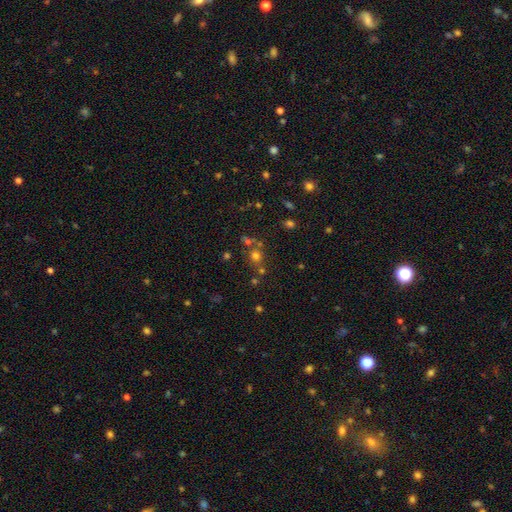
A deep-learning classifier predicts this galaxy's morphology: smooth 61%, star or artifact 28%, featured or disk 11%. Down the decision tree: how rounded — round (84%); merging — none (65%).